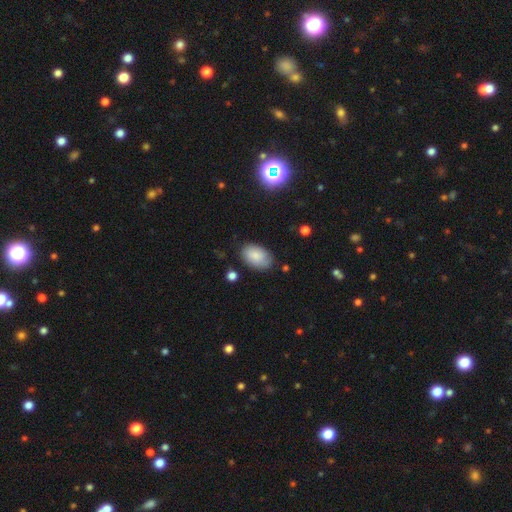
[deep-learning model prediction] A smooth galaxy with no disk features (86%) that is in between round and cigar-shaped (92%).

Vote fractions:
- Smooth or featured? smooth: 86% / star or artifact: 7% / featured or disk: 7%
- How rounded? in between: 92% / round: 7% / cigar-shaped: 1%
- Merging? none: 81% / minor disturbance: 14% / major disturbance: 3% / merger: 2%